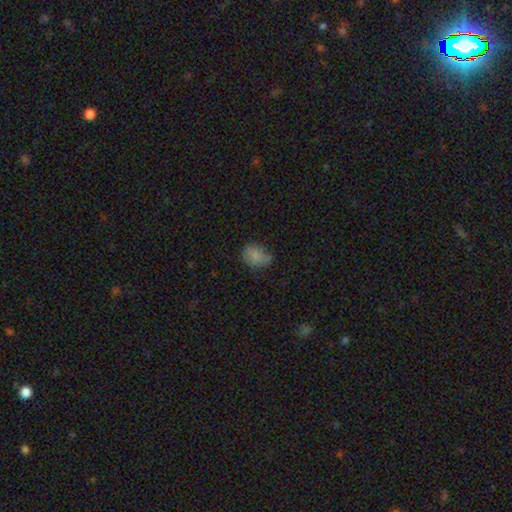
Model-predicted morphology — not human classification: type=smooth (81%); roundness=in between (64%); merging=none (58%).